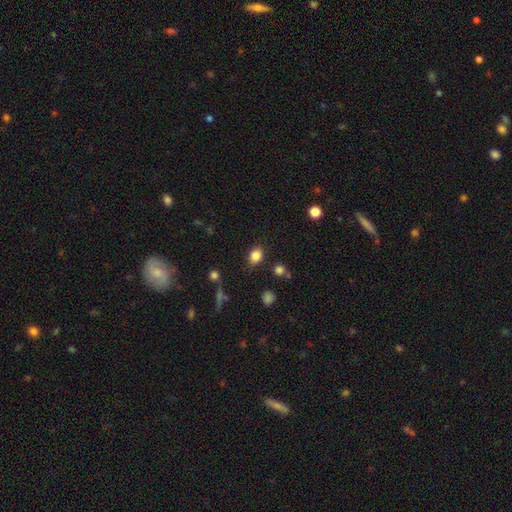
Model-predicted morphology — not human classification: The model was most divided on "how rounded": in between: 56%, round: 43%, cigar-shaped: 1%. More confident: smooth or featured — smooth (84%); merging — none (81%).